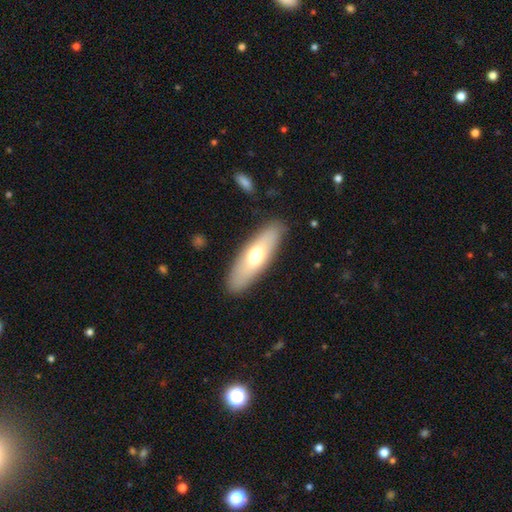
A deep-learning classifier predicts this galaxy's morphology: Overall: smooth (60%; featured or disk 34%). How rounded: in between (55%; cigar-shaped 43%). Merging: none (87%).